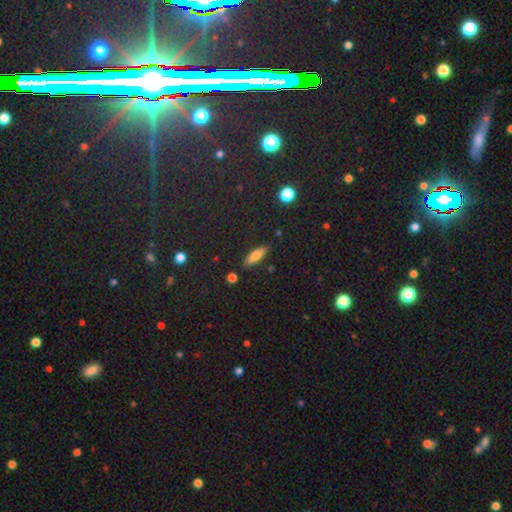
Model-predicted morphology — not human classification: Smooth or featured?
  - smooth: 75% *
  - featured or disk: 16%
  - star or artifact: 9%
How rounded?
  - in between: 52% *
  - cigar-shaped: 45%
  - round: 3%
Merging?
  - none: 86% *
  - minor disturbance: 10%
  - major disturbance: 2%
  - merger: 2%